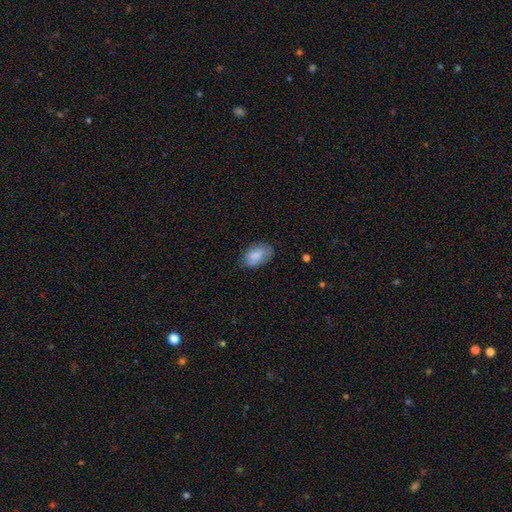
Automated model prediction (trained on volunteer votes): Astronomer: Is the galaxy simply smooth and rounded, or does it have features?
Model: smooth — 80%.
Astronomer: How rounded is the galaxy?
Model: in between — 92%.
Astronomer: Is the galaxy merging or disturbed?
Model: none — 70%.